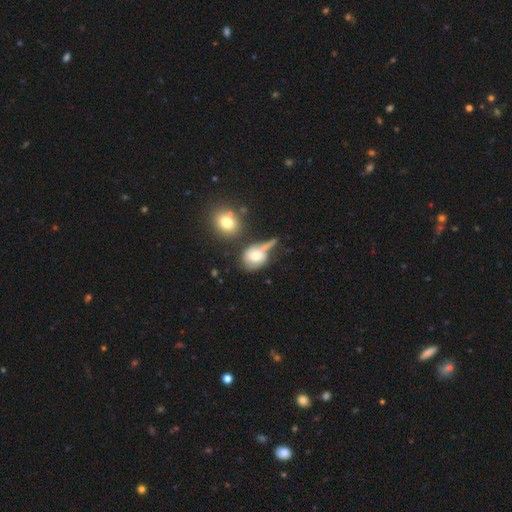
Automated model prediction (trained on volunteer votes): Q: Smooth or featured?
A: smooth (61%); runner-up: featured or disk (29%)
Q: How rounded?
A: round (58%); runner-up: in between (39%)
Q: Merging?
A: none (30%); runner-up: merger (26%)